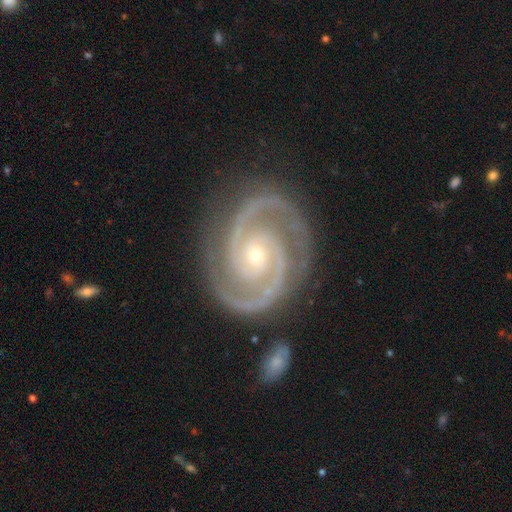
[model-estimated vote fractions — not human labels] smooth_or_featured: featured or disk (p=0.94) [alt: star or artifact p=0.04]
disk_edge_on: no (p=0.98) [alt: yes p=0.02]
bar: no (p=0.65) [alt: weak p=0.23]
has_spiral_arms: yes (p=0.99) [alt: no p=0.01]
spiral_winding: tight (p=0.67) [alt: medium p=0.30]
spiral_arm_count: 2 (p=0.92) [alt: 3 p=0.04]
bulge_size: small (p=0.58) [alt: moderate p=0.39]
merging: none (p=0.84) [alt: minor disturbance p=0.11]